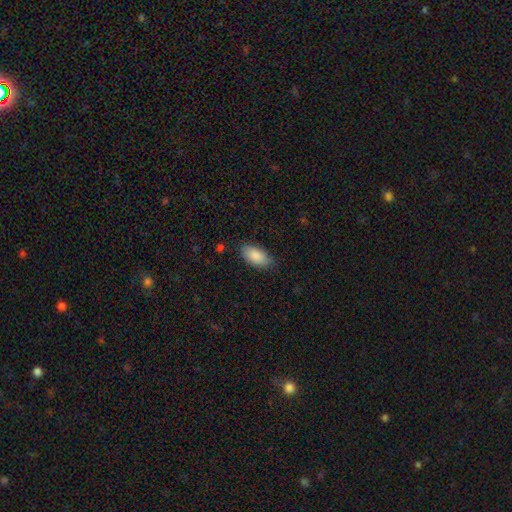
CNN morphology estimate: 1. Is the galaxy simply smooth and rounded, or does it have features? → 88% smooth, 6% star or artifact, 6% featured or disk.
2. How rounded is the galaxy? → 93% in between, 4% cigar-shaped, 3% round.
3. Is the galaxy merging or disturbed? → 82% none, 14% minor disturbance, 3% major disturbance, 1% merger.